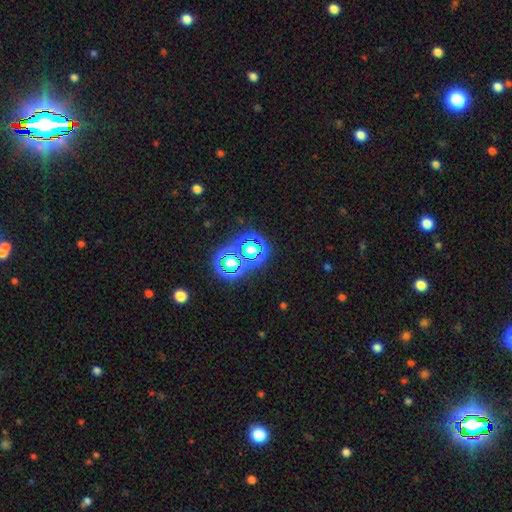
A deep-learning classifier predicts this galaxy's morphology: smooth_or_featured: star or artifact (p=0.62) [alt: smooth p=0.27]